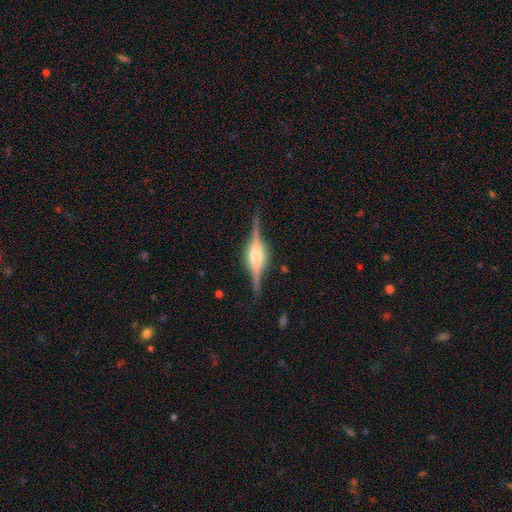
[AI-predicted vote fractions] Smooth or featured: featured or disk — 87% (smooth — 8%)
Edge-on disk: yes — 98% (no — 2%)
Edge-on bulge: rounded — 80% (boxy — 18%)
Merging: none — 86% (minor disturbance — 10%)